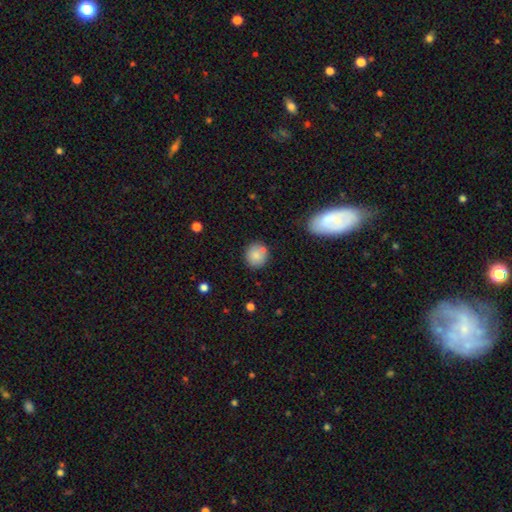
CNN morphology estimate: The model was most divided on "merging": none: 75%, minor disturbance: 11%, merger: 11%, major disturbance: 3%. More confident: how rounded — round (88%); smooth or featured — smooth (81%).